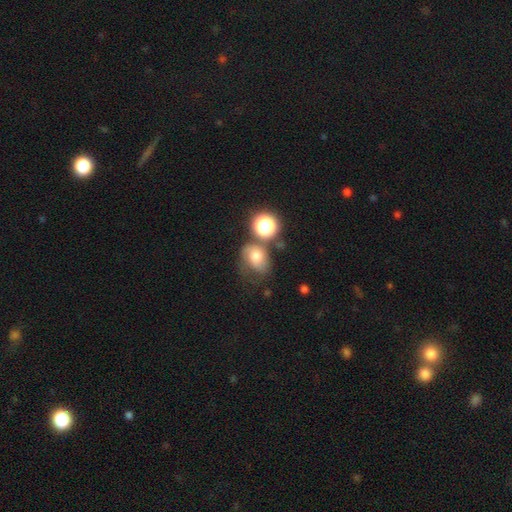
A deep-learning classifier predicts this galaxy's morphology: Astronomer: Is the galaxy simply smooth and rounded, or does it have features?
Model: smooth — 57%.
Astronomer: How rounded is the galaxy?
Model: in between — 53% (runner-up: round, 46%).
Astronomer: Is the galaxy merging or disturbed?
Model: none — 36% (runner-up: minor disturbance, 25%).